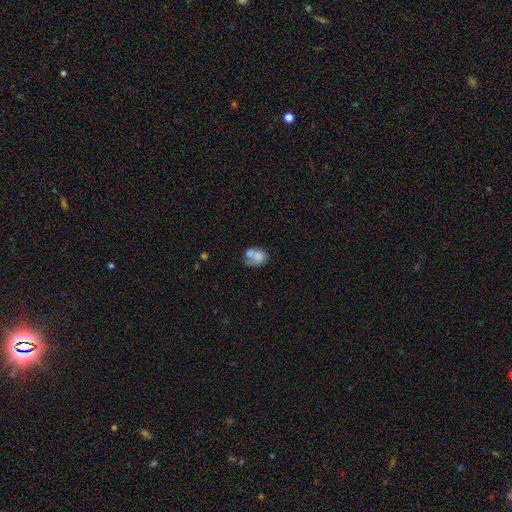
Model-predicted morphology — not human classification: smooth-or-featured: smooth: 64% | featured or disk: 27% | star or artifact: 9%
  how-rounded: in between: 61% | round: 38% | cigar-shaped: 1%
  merging: merger: 43% | none: 27% | minor disturbance: 17% | major disturbance: 13%